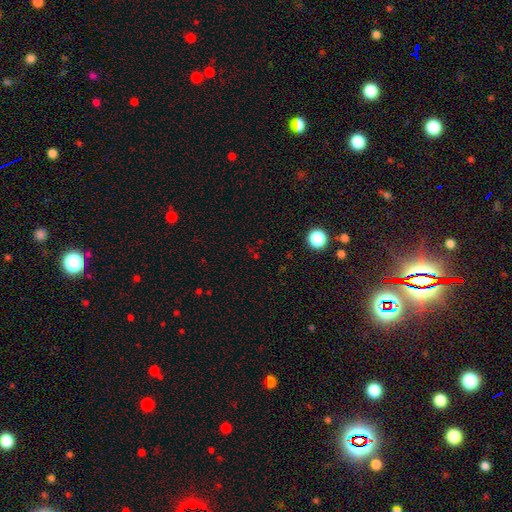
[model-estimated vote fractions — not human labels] Morphology: type=star or artifact (62%).